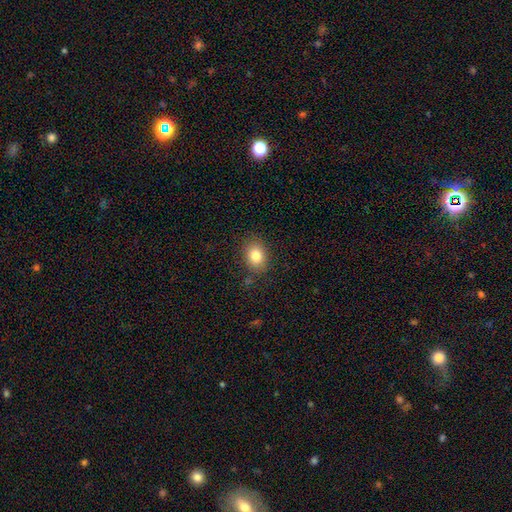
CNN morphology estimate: Smooth or featured: smooth — 81% (star or artifact — 10%)
How rounded: in between — 61% (round — 38%)
Merging: none — 84% (minor disturbance — 12%)